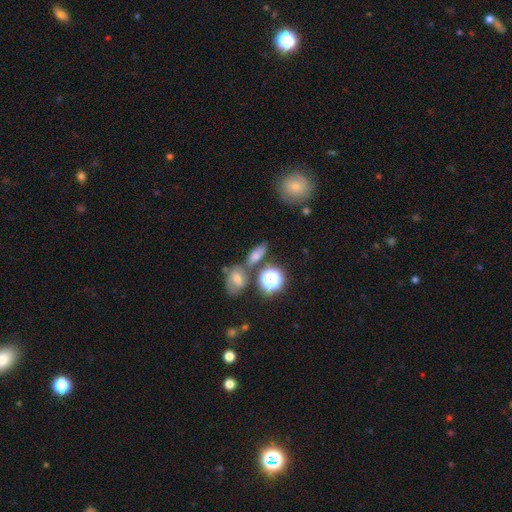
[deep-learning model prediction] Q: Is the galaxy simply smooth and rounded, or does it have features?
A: smooth — 66%.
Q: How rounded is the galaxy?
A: in between — 66%.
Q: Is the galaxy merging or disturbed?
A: none — 63%.